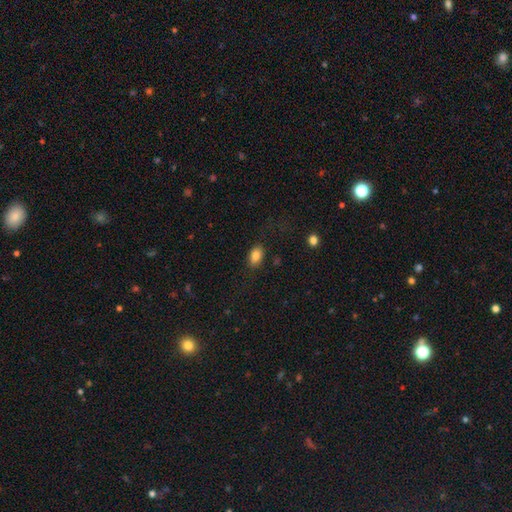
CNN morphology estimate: The model was most divided on "merging": none: 84%, minor disturbance: 11%, major disturbance: 3%, merger: 1%. More confident: how rounded — in between (86%); smooth or featured — smooth (83%).